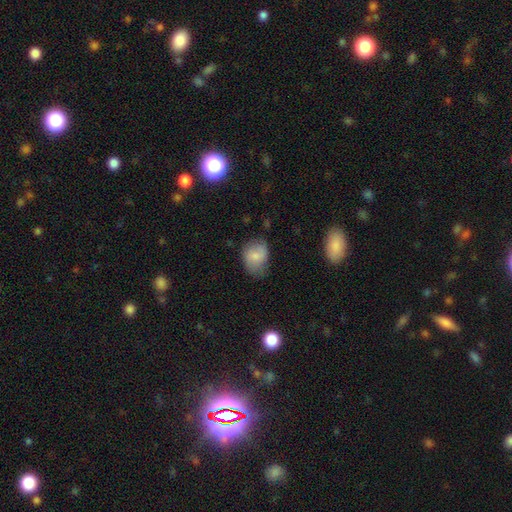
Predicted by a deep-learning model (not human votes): smooth_or_featured: smooth (p=0.74) [alt: featured or disk p=0.18]
how_rounded: in between (p=0.64) [alt: round p=0.35]
merging: none (p=0.57) [alt: minor disturbance p=0.32]